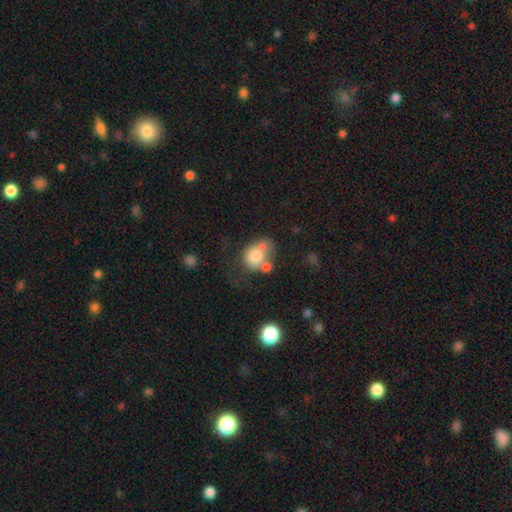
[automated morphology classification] This is likely a smooth galaxy (71%). How rounded: possibly in between (51%). Merging: marginally merger (39%).